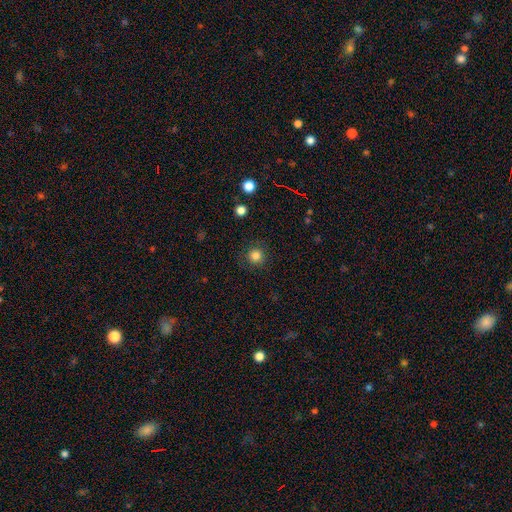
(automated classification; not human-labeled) This is clearly a smooth galaxy (83%). How rounded: clearly round (94%). Merging: clearly none (88%).